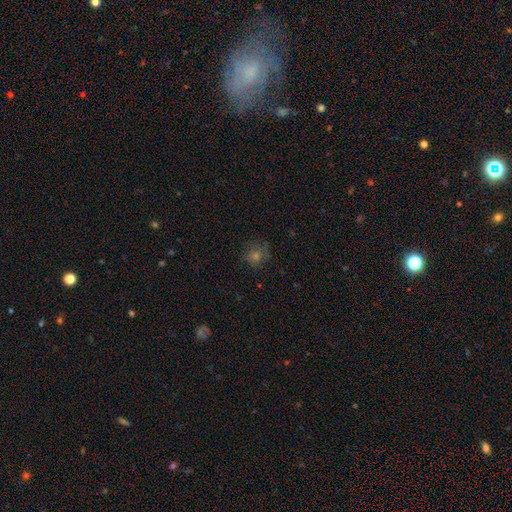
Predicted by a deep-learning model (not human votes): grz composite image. It shows a smooth galaxy with no disk features (51%) that is round (84%). Merging: none (75%).